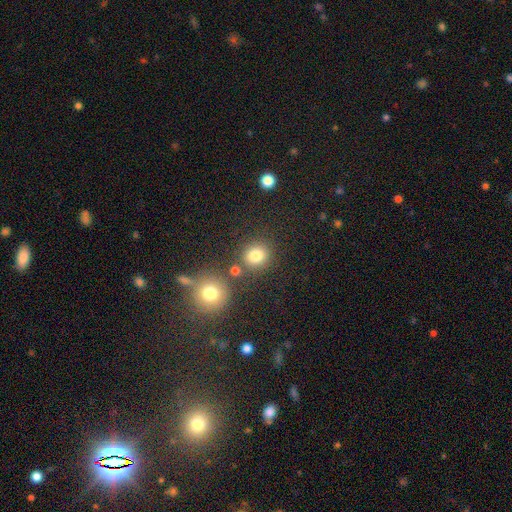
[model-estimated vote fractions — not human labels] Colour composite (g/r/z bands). It shows a smooth galaxy with no disk features (79%) that is round (80%). Merging: none (75%).